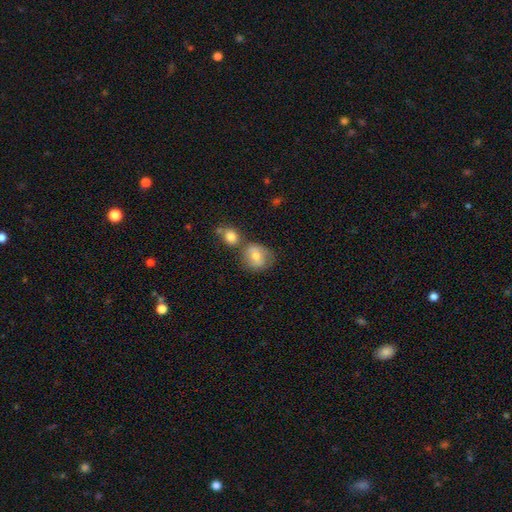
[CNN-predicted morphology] A smooth galaxy with no disk features (62%) that is round (69%).

Vote fractions:
- Smooth or featured? smooth: 62% / featured or disk: 28% / star or artifact: 10%
- How rounded? round: 69% / in between: 30% / cigar-shaped: 1%
- Merging? none: 50% / merger: 27% / minor disturbance: 17% / major disturbance: 6%